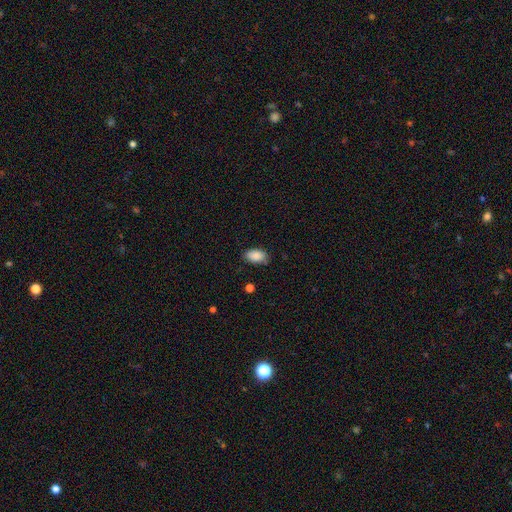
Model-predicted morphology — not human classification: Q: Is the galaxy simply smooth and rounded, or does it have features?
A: smooth — 88%.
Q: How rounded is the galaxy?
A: in between — 91%.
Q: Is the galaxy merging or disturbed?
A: none — 76%.